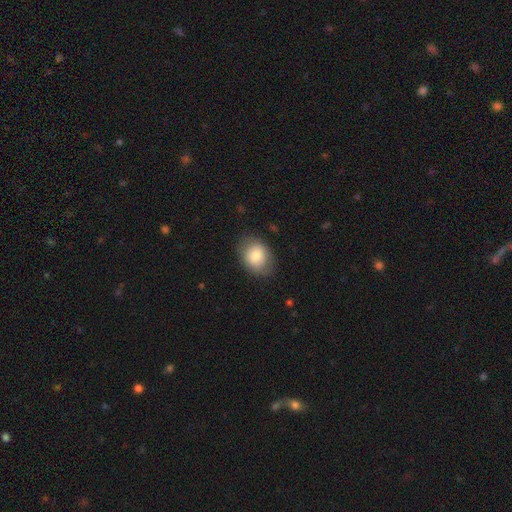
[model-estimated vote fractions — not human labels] Overall: smooth (79%). How rounded: in between (62%; round 37%). Merging: none (79%).